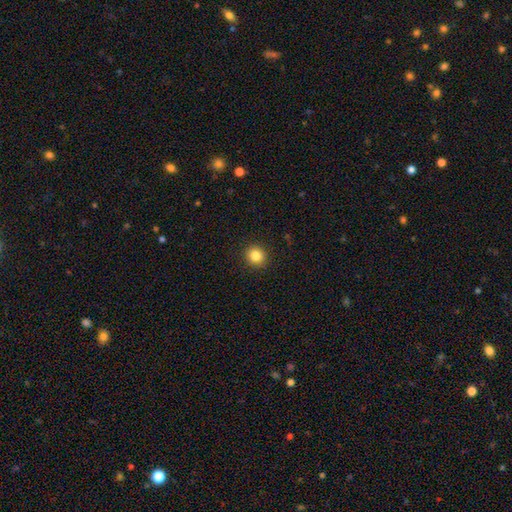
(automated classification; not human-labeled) smooth 85%, star or artifact 11%, featured or disk 4%. Down the decision tree: how rounded — round (91%); merging — none (92%).